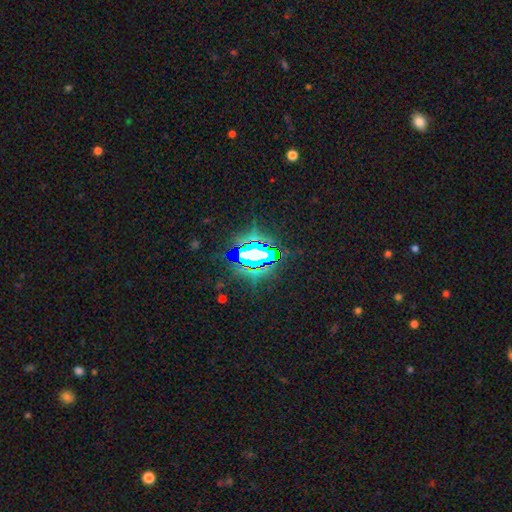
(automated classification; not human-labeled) Q: Smooth or featured?
A: star or artifact (74%); runner-up: smooth (13%)